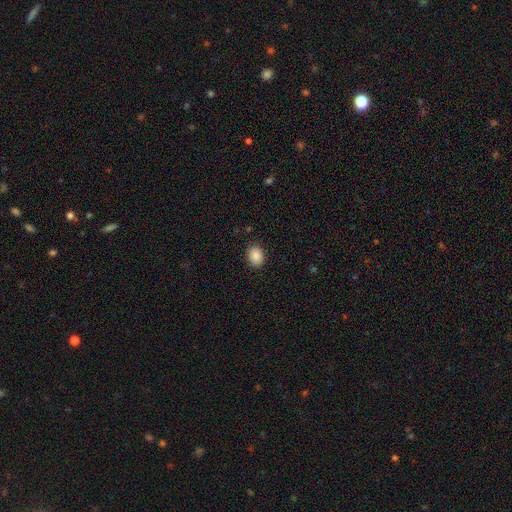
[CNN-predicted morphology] Smooth or featured: smooth — 89% (star or artifact — 8%)
How rounded: in between — 61% (round — 38%)
Merging: none — 88% (minor disturbance — 8%)